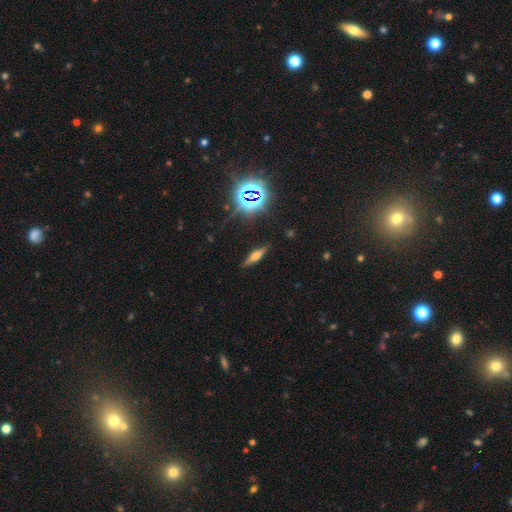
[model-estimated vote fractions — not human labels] Overall: featured or disk (43%; smooth 39%). Merging: none (85%).